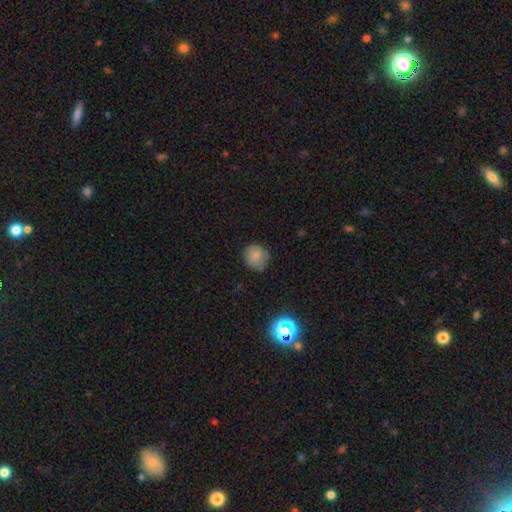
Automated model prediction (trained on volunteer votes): Morphology: type=smooth (81%); roundness=round (89%); merging=none (79%).